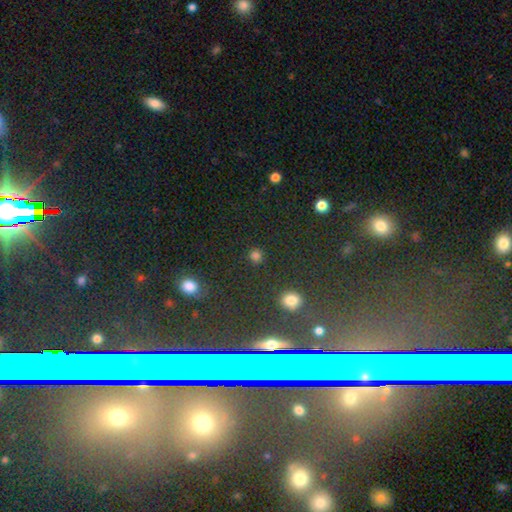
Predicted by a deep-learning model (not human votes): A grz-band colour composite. It shows a smooth galaxy with no disk features (77%) that is round (90%). Merging: none (86%).